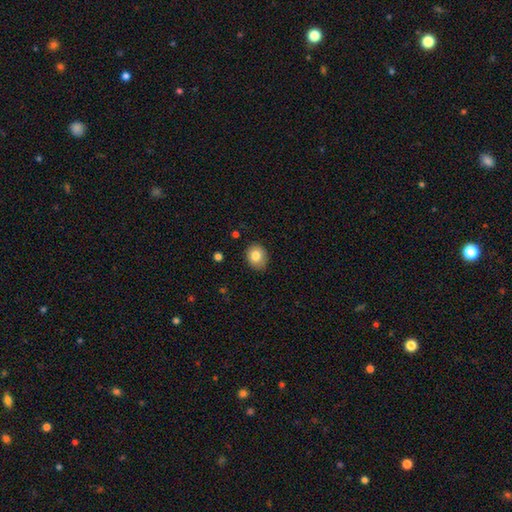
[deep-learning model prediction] smooth-or-featured: smooth: 82% | star or artifact: 9% | featured or disk: 9%
  how-rounded: round: 68% | in between: 31% | cigar-shaped: 1%
  merging: none: 84% | minor disturbance: 13% | major disturbance: 2% | merger: 1%